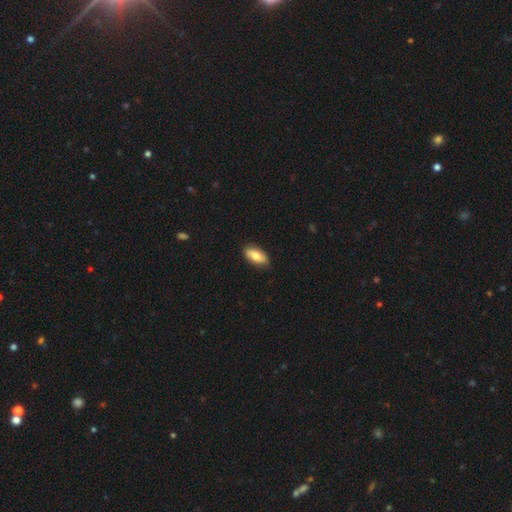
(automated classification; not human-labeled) Smooth or featured? Predicted: smooth (p=0.79). How rounded? Predicted: in between (p=0.88). Merging? Predicted: none (p=0.85).